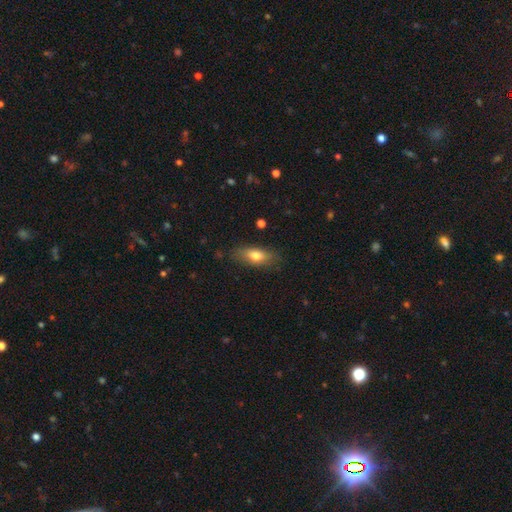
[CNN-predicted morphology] A smooth galaxy with no disk features (73%) that is in between round and cigar-shaped (73%).

Vote fractions:
- Smooth or featured? smooth: 73% / featured or disk: 19% / star or artifact: 8%
- How rounded? in between: 73% / cigar-shaped: 23% / round: 5%
- Merging? none: 81% / minor disturbance: 14% / major disturbance: 3% / merger: 1%